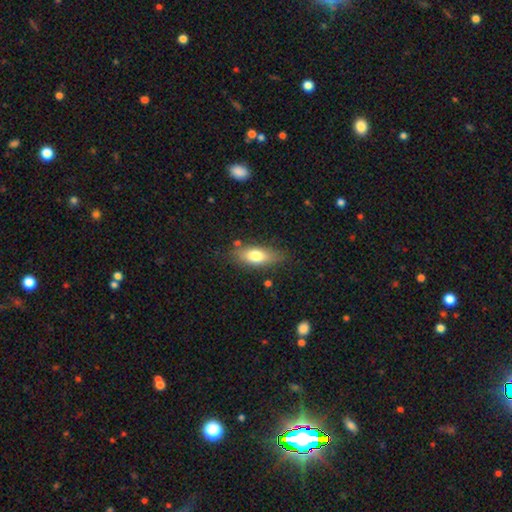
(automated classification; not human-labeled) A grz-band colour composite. It shows a smooth galaxy with no disk features (73%) that is in between round and cigar-shaped (76%). Merging: none (76%).